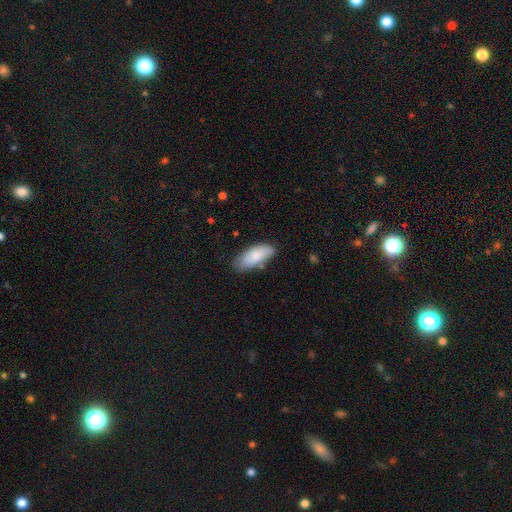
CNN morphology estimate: smooth-or-featured: smooth: 81% | featured or disk: 14% | star or artifact: 6%
  how-rounded: in between: 85% | cigar-shaped: 13% | round: 2%
  merging: none: 67% | minor disturbance: 25% | major disturbance: 5% | merger: 4%